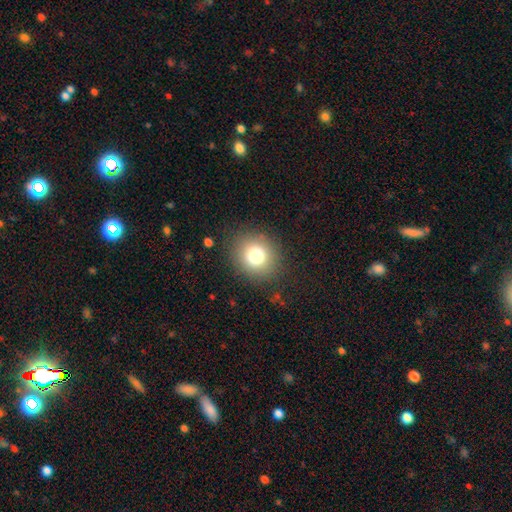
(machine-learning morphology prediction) Smooth or featured: smooth — 78% (star or artifact — 12%)
How rounded: round — 82% (in between — 17%)
Merging: none — 86% (minor disturbance — 9%)